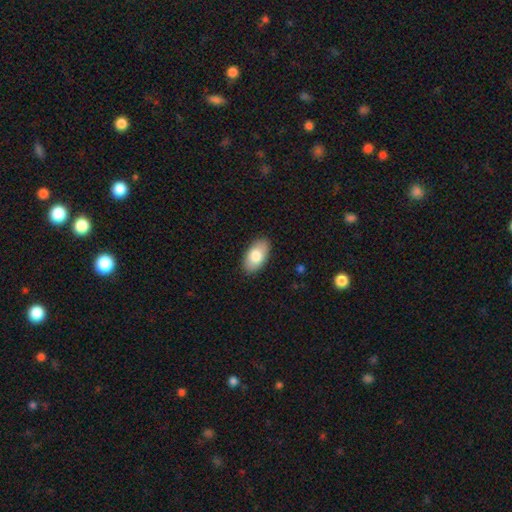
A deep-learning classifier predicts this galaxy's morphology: Overall: smooth (80%). How rounded: in between (95%). Merging: none (88%).